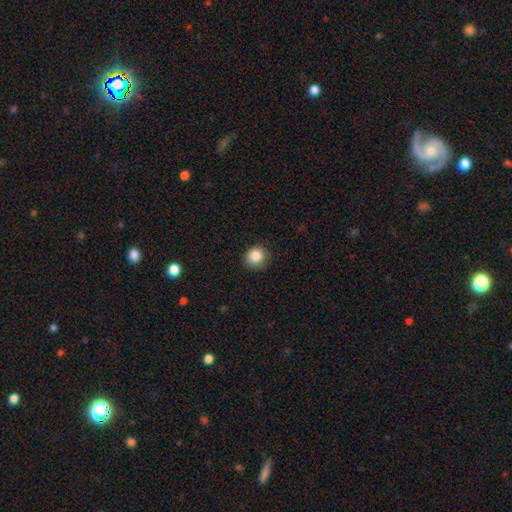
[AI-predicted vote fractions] Smooth or featured? smooth (86%)
How rounded? round (87%)
Merging? none (83%)